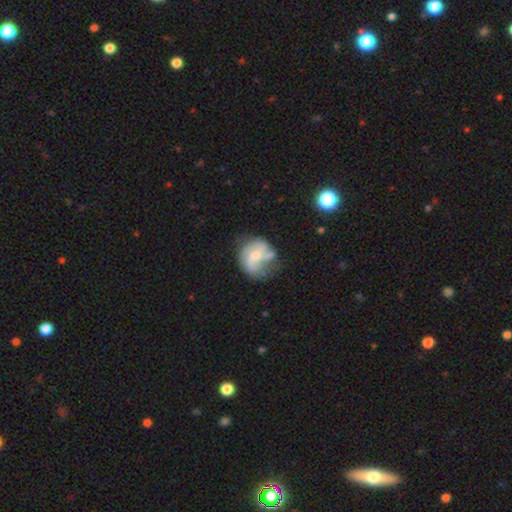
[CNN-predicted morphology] Overall: featured or disk (62%; smooth 30%). Edge-on disk: no (98%). Bar: no (64%; weak 30%). Spiral arms: yes (73%). Bulge size: small (52%; moderate 34%). Merging: none (41%; minor disturbance 26%).